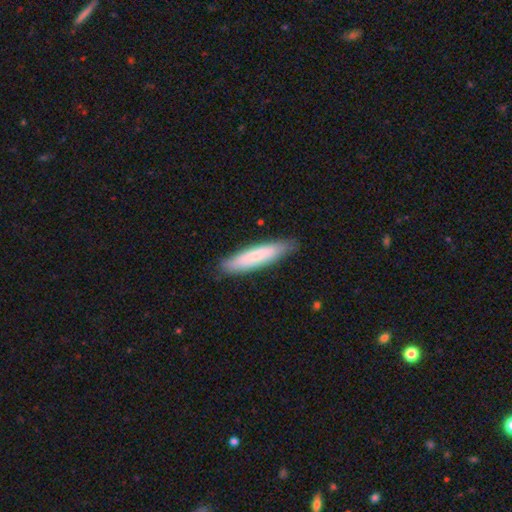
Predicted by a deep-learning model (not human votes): Smooth or featured?
  - smooth: 72% *
  - featured or disk: 23%
  - star or artifact: 6%
How rounded?
  - cigar-shaped: 83% *
  - in between: 16%
  - round: 1%
Merging?
  - none: 85% *
  - minor disturbance: 12%
  - major disturbance: 2%
  - merger: 1%